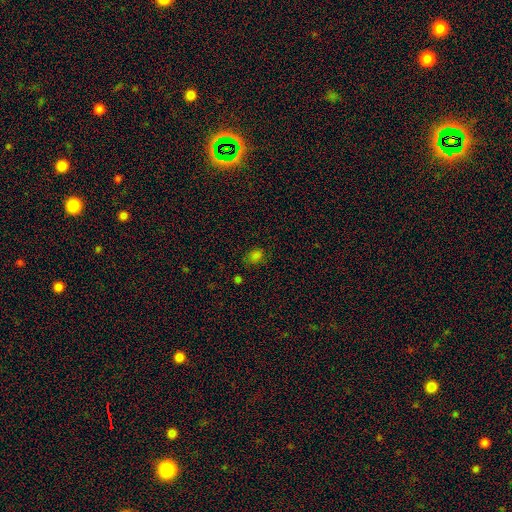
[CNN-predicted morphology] smooth_or_featured: smooth (p=0.74) [alt: star or artifact p=0.22]
how_rounded: in between (p=0.53) [alt: round p=0.46]
merging: none (p=0.74) [alt: minor disturbance p=0.18]